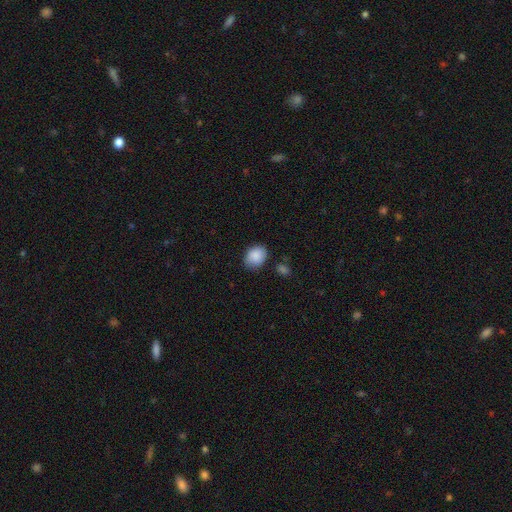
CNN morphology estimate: Q: Smooth or featured?
A: smooth (89%); runner-up: star or artifact (7%)
Q: How rounded?
A: in between (60%); runner-up: round (39%)
Q: Merging?
A: none (78%); runner-up: minor disturbance (15%)